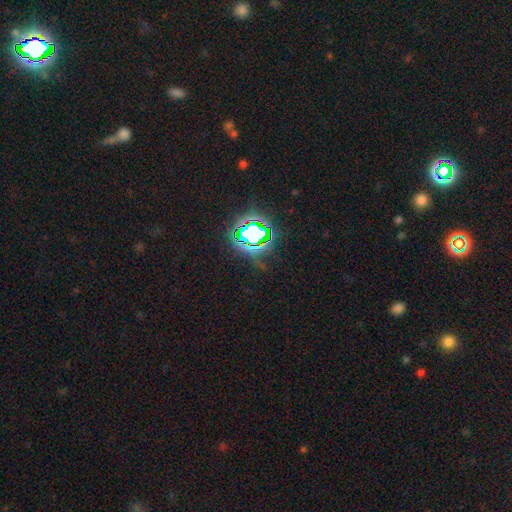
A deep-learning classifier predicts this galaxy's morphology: star or artifact 79%, smooth 14%, featured or disk 8%.